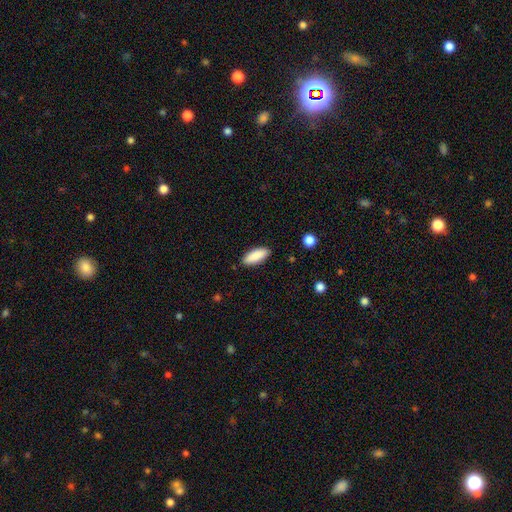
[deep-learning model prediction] Smooth or featured? smooth (89%)
How rounded? in between (75%)
Merging? none (88%)